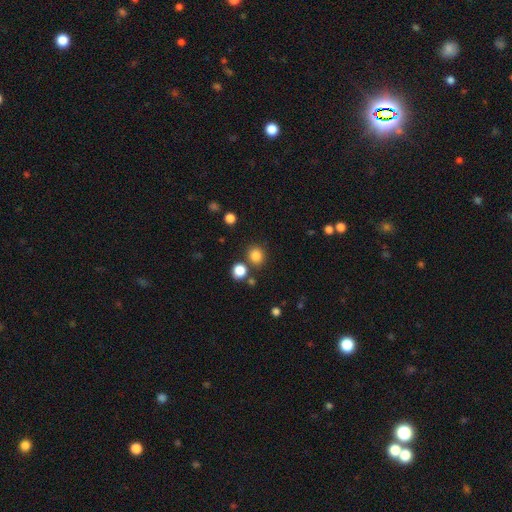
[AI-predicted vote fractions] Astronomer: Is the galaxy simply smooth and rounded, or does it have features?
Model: smooth — 83%.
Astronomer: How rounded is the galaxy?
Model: round — 86%.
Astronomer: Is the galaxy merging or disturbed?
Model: none — 80%.